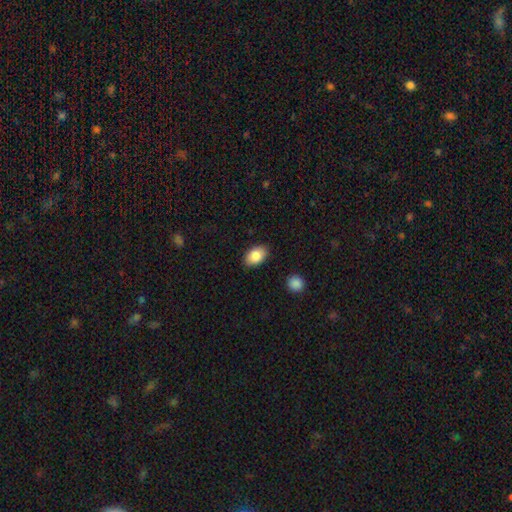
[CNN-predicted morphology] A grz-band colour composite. It shows a smooth galaxy with no disk features (86%) that is in between round and cigar-shaped (89%). Merging: none (86%).